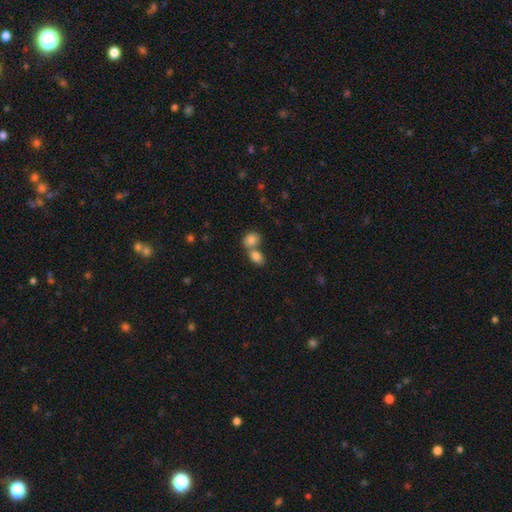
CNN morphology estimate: smooth 84%, star or artifact 9%, featured or disk 8%. Down the decision tree: how rounded — in between (74%); merging — merger (55%).